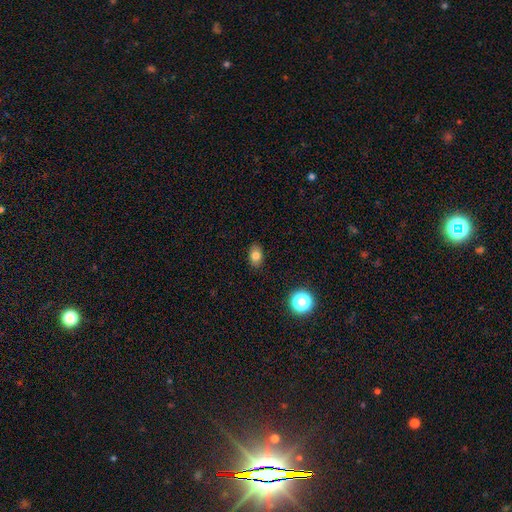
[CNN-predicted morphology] Smooth or featured?
  - smooth: 79% *
  - star or artifact: 12%
  - featured or disk: 9%
How rounded?
  - in between: 79% *
  - round: 20%
  - cigar-shaped: 1%
Merging?
  - none: 88% *
  - minor disturbance: 9%
  - major disturbance: 2%
  - merger: 1%